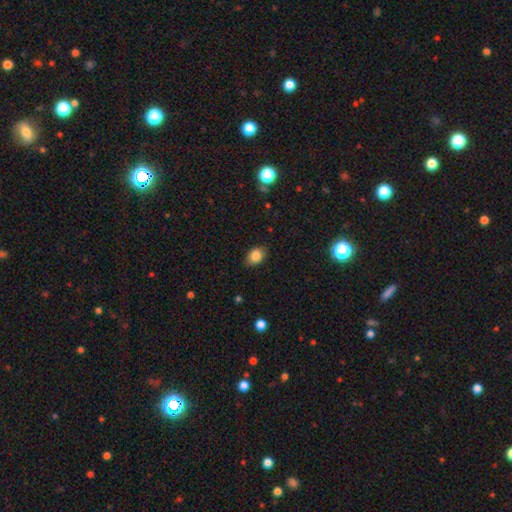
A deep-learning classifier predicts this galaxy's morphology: This is clearly a smooth galaxy (84%). How rounded: likely in between (71%). Merging: clearly none (83%).